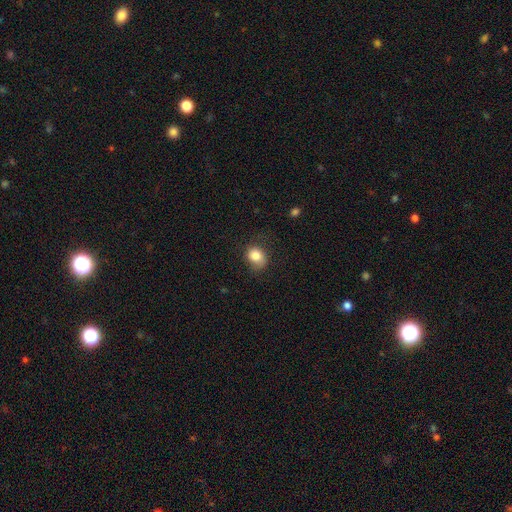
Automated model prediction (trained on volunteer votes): This is clearly a smooth galaxy (82%). How rounded: possibly round (56%). Merging: likely none (62%).